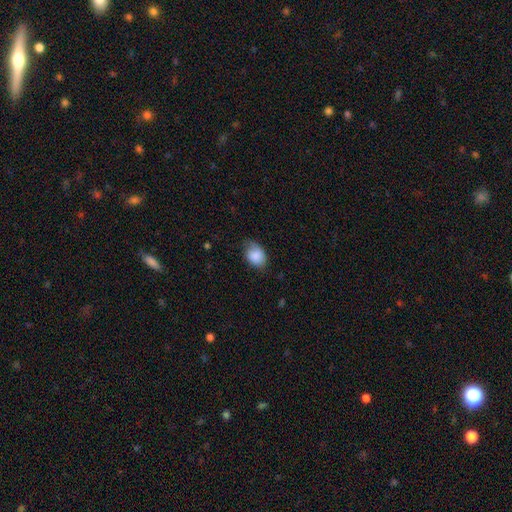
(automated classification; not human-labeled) Morphology: type=smooth (83%); roundness=in between (75%); merging=none (57%).